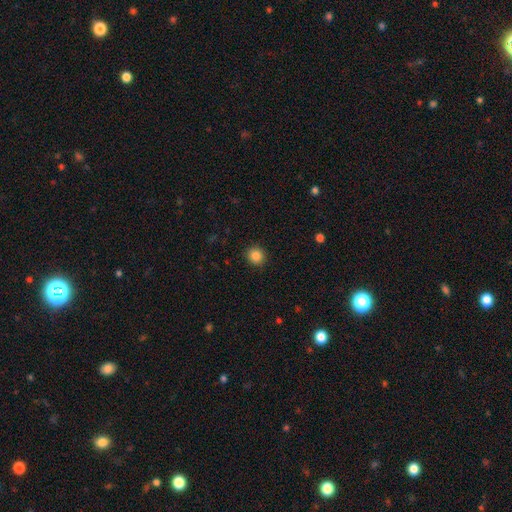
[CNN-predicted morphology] This is clearly a smooth galaxy (86%). How rounded: clearly round (90%). Merging: clearly none (91%).